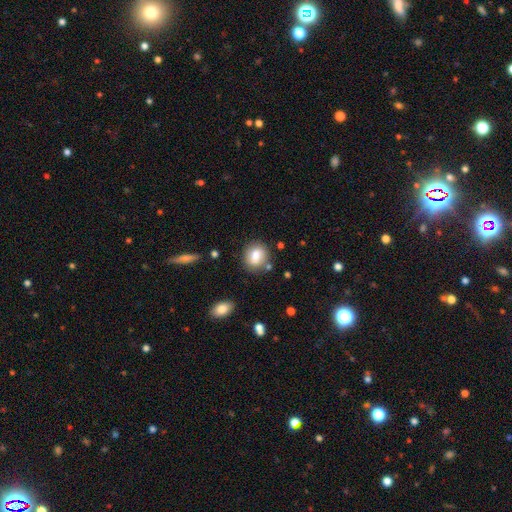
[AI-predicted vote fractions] Morphology: type=smooth (77%); roundness=round (52%); merging=none (76%).